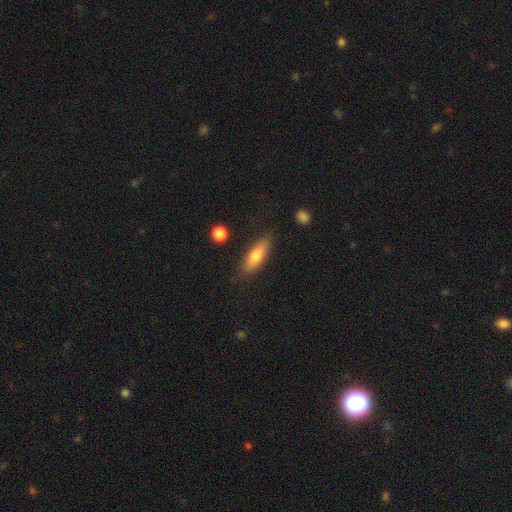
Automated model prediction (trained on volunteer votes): This is likely a smooth galaxy (73%). How rounded: possibly in between (49%). Merging: clearly none (84%).